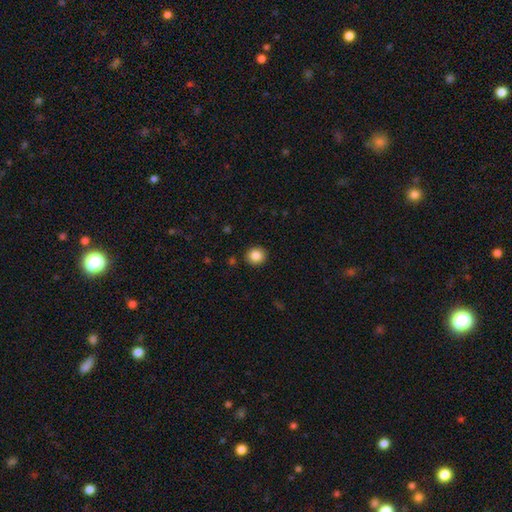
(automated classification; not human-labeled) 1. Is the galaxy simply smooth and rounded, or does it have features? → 86% smooth, 10% star or artifact, 4% featured or disk.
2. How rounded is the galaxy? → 90% round, 10% in between, 1% cigar-shaped.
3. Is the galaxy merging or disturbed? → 92% none, 5% minor disturbance, 2% major disturbance, 1% merger.